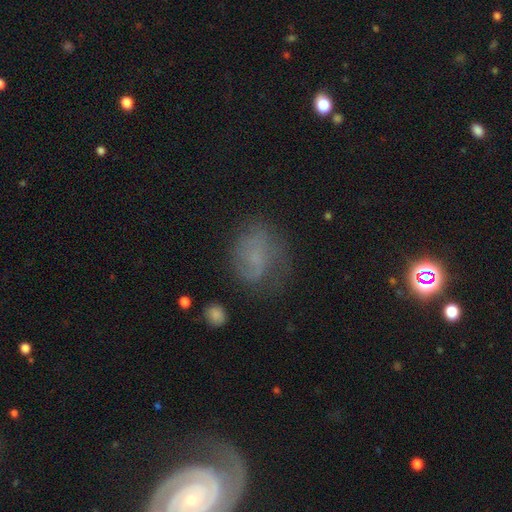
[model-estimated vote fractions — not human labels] smooth 46%, featured or disk 34%, star or artifact 19%. Down the decision tree: merging — none (56%).